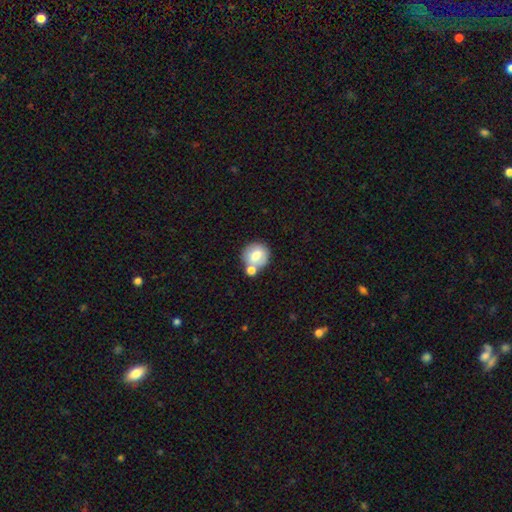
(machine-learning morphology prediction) Smooth or featured? Predicted: smooth (p=0.73). How rounded? Predicted: round (p=0.86). Merging? Predicted: none (p=0.53).